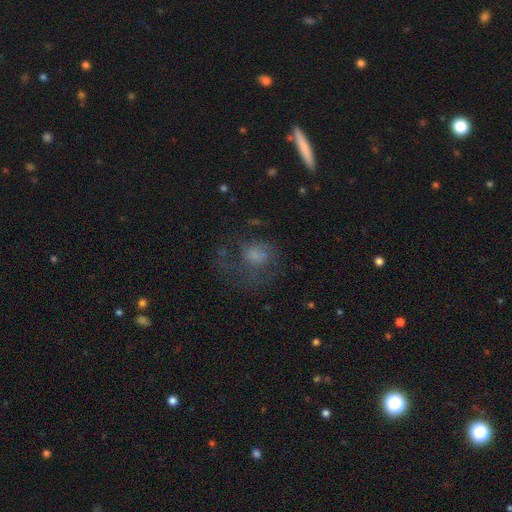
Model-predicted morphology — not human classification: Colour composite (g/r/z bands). It shows a smooth galaxy with no disk features (48%). Merging: major disturbance (44%).